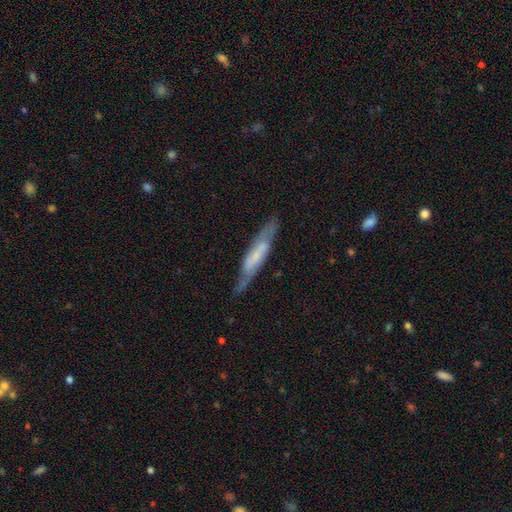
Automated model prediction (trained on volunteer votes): smooth-or-featured: featured or disk: 61% | smooth: 32% | star or artifact: 7%
  disk-edge-on: yes: 62% | no: 38%
  merging: none: 72% | minor disturbance: 20% | major disturbance: 6% | merger: 2%